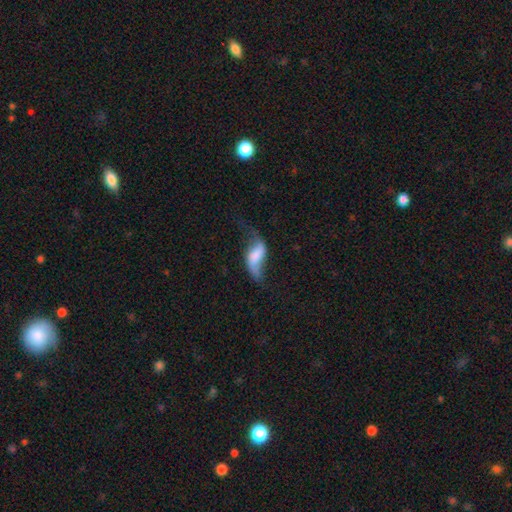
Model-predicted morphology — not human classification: This is possibly a featured or disk galaxy (60%). It is clearly not viewed edge-on (91%). Bar: marginally no (39%). Spiral arm pattern: clearly yes (84%). Central bulge: marginally none (33%). Merging: marginally none (40%).